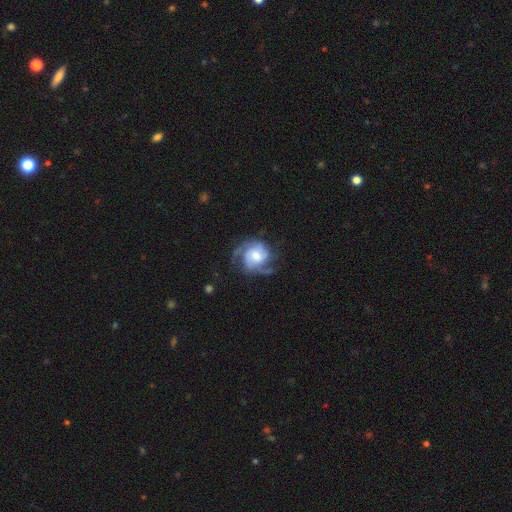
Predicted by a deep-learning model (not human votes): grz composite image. It shows a featured or disk galaxy (82%) with no bar (61%), 2 (46%) medium (45%) spiral arms (95%) and a moderate central bulge (53%). Merging: none (61%).